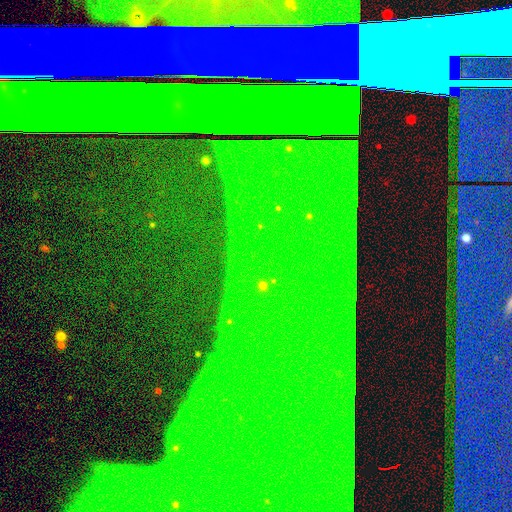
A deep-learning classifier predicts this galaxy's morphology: A star or artifact, not a galaxy (85%).